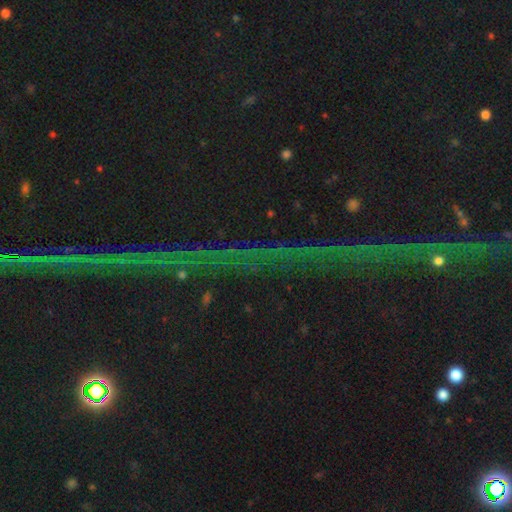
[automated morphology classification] This is clearly a star or artifact rather than a galaxy (82%).